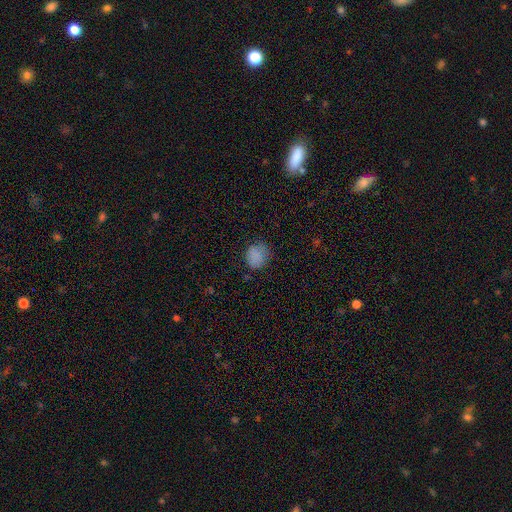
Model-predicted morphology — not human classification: type=smooth (83%); roundness=round (71%); merging=none (70%).